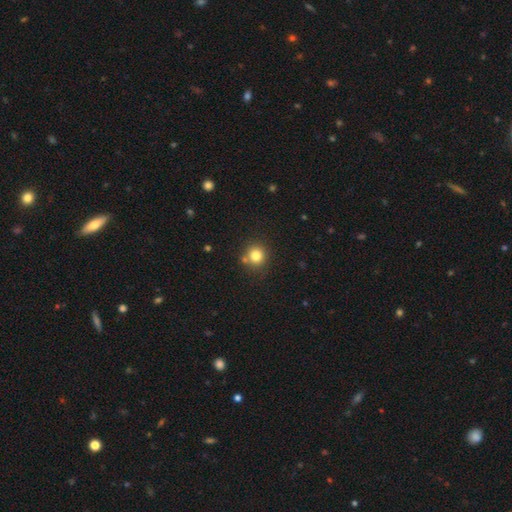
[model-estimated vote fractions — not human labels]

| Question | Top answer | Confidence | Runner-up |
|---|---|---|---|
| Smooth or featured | smooth | 81% | star or artifact (12%) |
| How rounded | round | 91% | in between (8%) |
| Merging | none | 79% | merger (9%) |